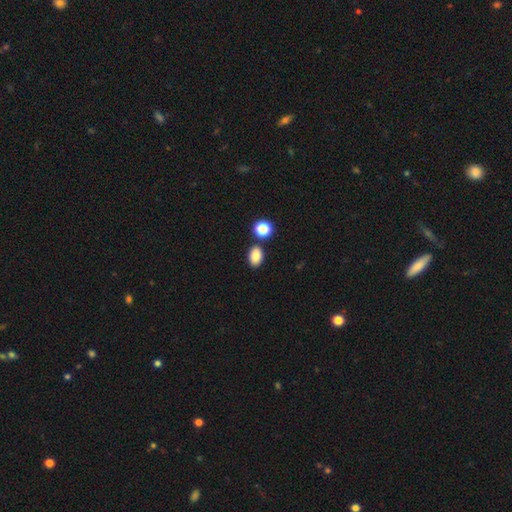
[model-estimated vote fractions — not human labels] A smooth galaxy with no disk features (86%) that is in between round and cigar-shaped (81%).

Vote fractions:
- Smooth or featured? smooth: 86% / star or artifact: 10% / featured or disk: 4%
- How rounded? in between: 81% / round: 18% / cigar-shaped: 1%
- Merging? none: 78% / minor disturbance: 10% / merger: 9% / major disturbance: 3%